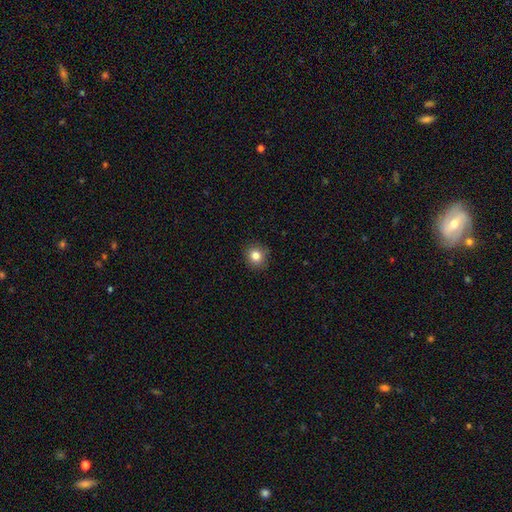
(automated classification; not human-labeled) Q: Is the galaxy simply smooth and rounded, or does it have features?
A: smooth — 83%.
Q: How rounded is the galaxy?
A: round — 86%.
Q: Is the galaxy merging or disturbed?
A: none — 89%.